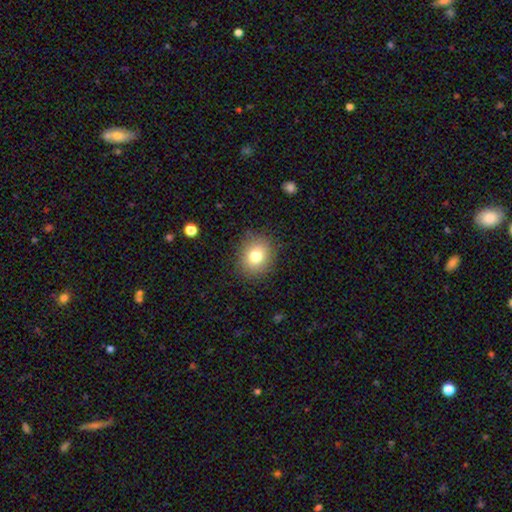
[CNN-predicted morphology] The model was most divided on "how rounded": round: 69%, in between: 30%, cigar-shaped: 1%. More confident: merging — none (86%); smooth or featured — smooth (77%).